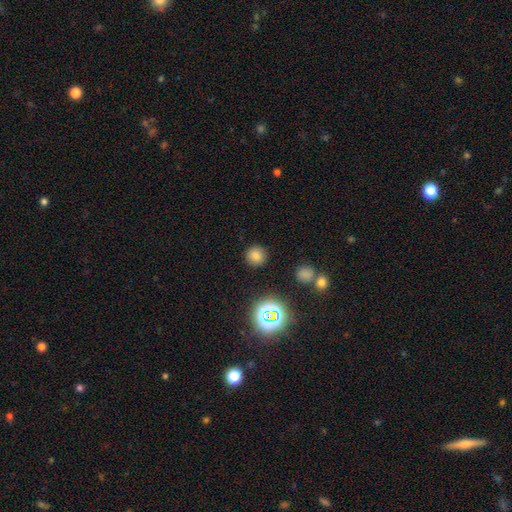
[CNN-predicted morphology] smooth_or_featured: smooth (p=0.76) [alt: star or artifact p=0.18]
how_rounded: round (p=0.94) [alt: in between p=0.05]
merging: none (p=0.89) [alt: minor disturbance p=0.06]